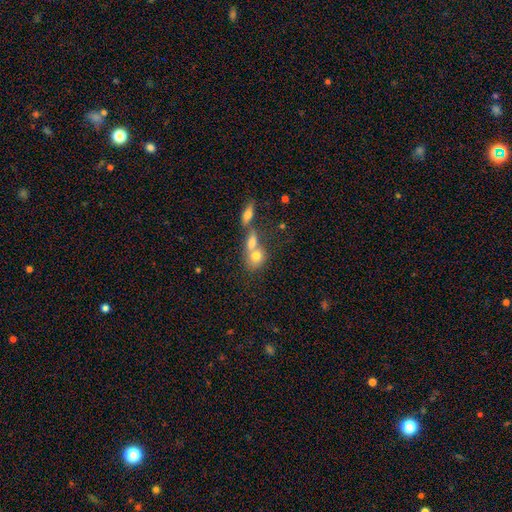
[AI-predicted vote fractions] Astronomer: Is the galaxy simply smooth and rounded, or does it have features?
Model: smooth — 73%.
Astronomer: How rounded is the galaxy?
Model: round — 51% (runner-up: in between, 46%).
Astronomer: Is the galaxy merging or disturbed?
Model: merger — 61%.